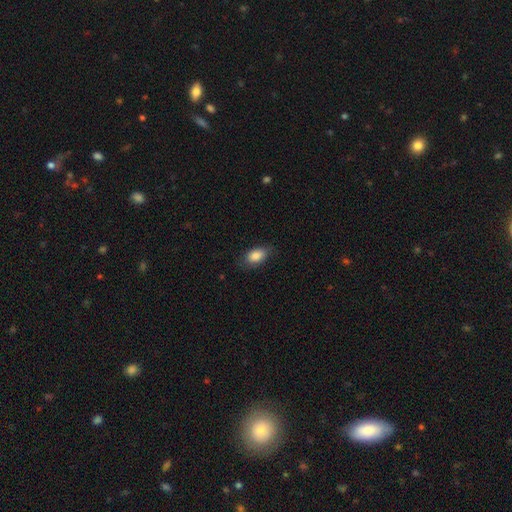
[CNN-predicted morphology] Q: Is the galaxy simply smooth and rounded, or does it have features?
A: smooth — 86%.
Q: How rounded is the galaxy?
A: in between — 89%.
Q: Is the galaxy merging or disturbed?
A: none — 76%.